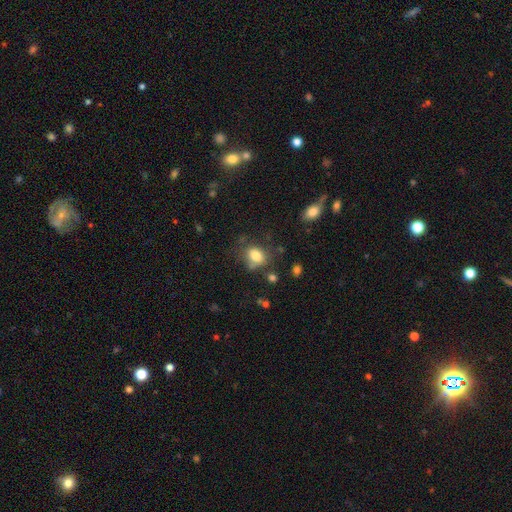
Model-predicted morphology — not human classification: type=smooth (80%); roundness=in between (65%); merging=none (62%).